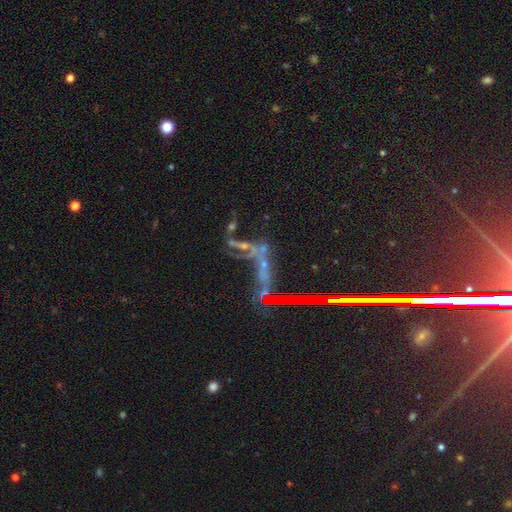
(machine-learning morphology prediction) Q: Smooth or featured?
A: star or artifact (59%); runner-up: featured or disk (28%)